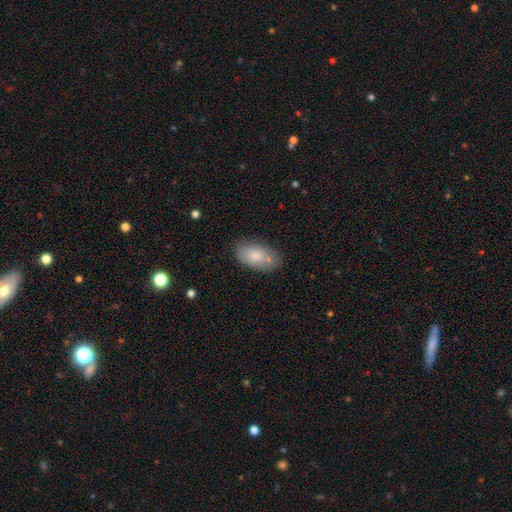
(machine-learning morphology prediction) This is likely a smooth galaxy (78%). How rounded: clearly in between (93%). Merging: likely none (70%).